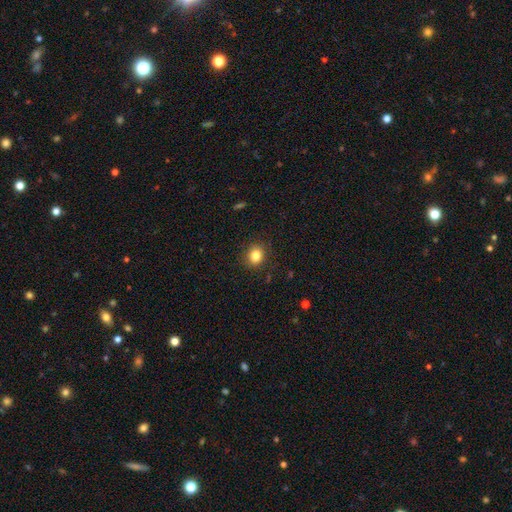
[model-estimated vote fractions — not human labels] This appears to be a smooth galaxy with no disk features (83%) that is round (69%). Merging: none (88%).